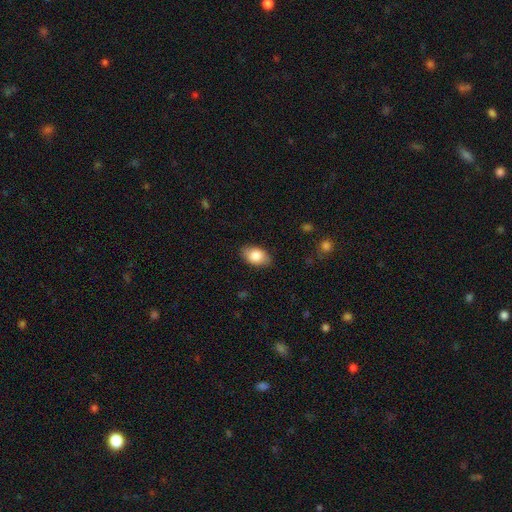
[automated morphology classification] Overall: smooth (83%). How rounded: in between (90%). Merging: none (85%).